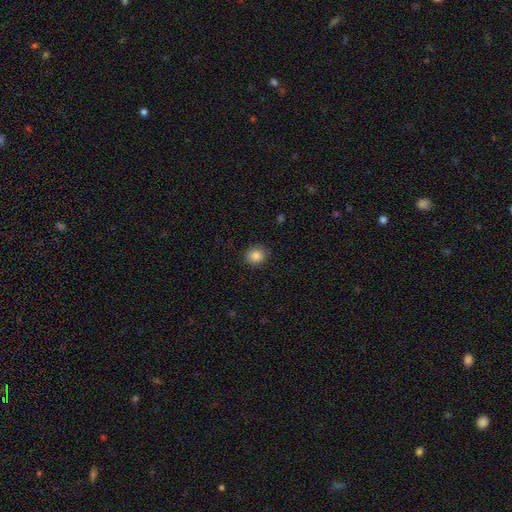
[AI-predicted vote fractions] This appears to be a smooth galaxy with no disk features (86%) that is round (81%). Merging: none (89%).